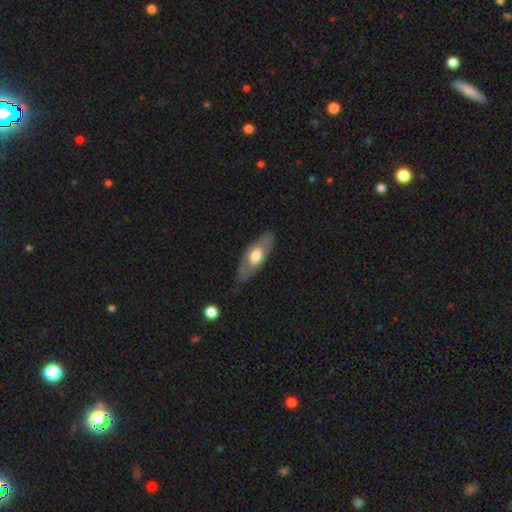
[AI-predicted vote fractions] Smooth or featured? Predicted: smooth (p=0.48). Merging? Predicted: none (p=0.78).